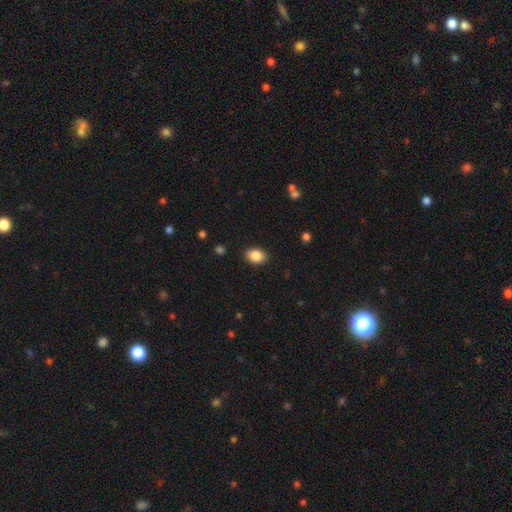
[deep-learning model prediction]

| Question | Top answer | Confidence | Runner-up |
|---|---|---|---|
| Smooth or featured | smooth | 87% | star or artifact (8%) |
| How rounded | in between | 73% | round (26%) |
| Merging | none | 88% | minor disturbance (8%) |